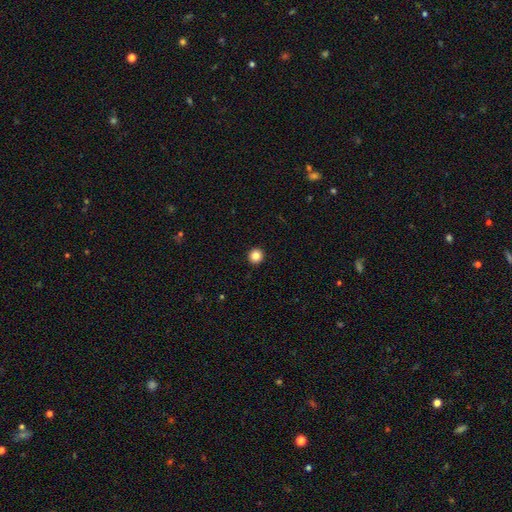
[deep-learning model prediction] smooth 84%, star or artifact 11%, featured or disk 5%. Down the decision tree: how rounded — round (95%); merging — none (94%).